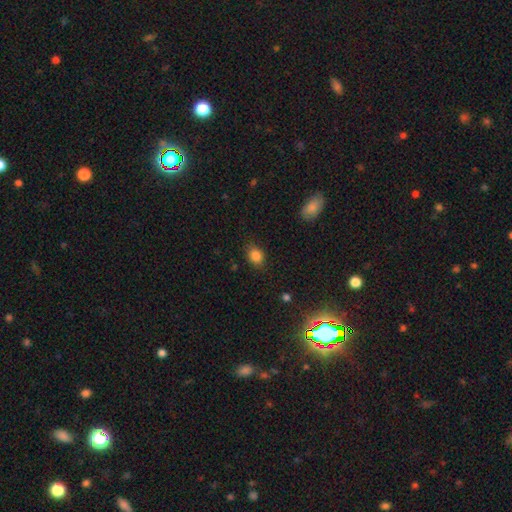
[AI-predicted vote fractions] smooth-or-featured: smooth: 84% | star or artifact: 11% | featured or disk: 4%
  how-rounded: in between: 62% | round: 37% | cigar-shaped: 1%
  merging: none: 82% | minor disturbance: 13% | major disturbance: 3% | merger: 1%